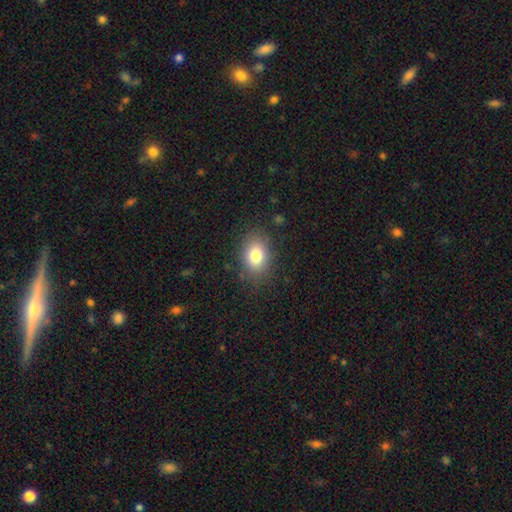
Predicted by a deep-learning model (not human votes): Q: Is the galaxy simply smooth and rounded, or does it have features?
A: smooth — 80%.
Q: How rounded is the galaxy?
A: in between — 67%.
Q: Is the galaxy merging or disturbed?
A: none — 82%.